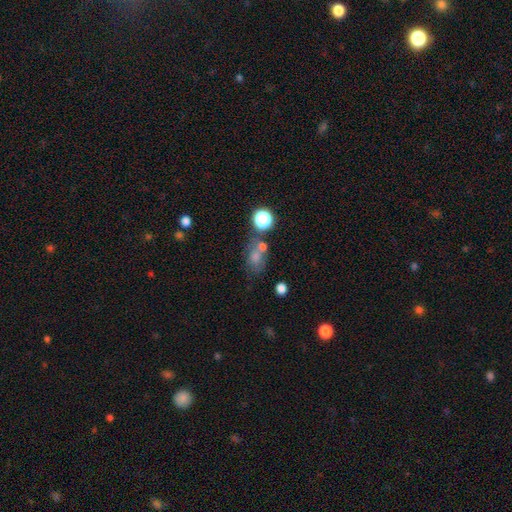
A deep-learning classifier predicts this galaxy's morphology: smooth 67%, star or artifact 18%, featured or disk 15%. Down the decision tree: how rounded — in between (59%); merging — none (43%).